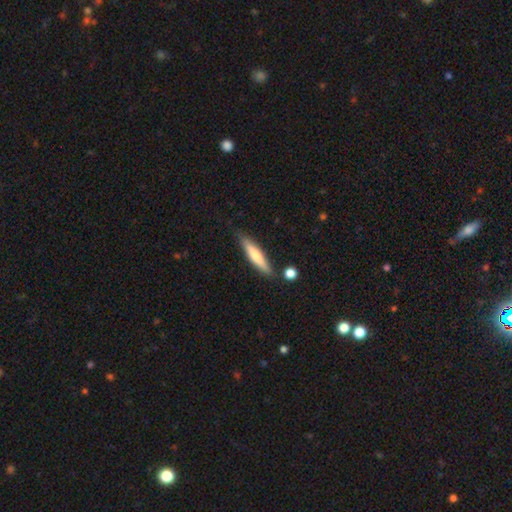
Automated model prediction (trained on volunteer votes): smooth_or_featured: smooth (p=0.64) [alt: featured or disk p=0.31]
how_rounded: cigar-shaped (p=0.87) [alt: in between p=0.12]
merging: none (p=0.80) [alt: minor disturbance p=0.13]